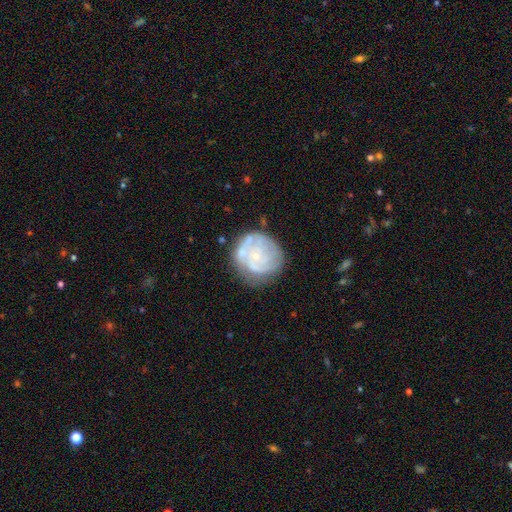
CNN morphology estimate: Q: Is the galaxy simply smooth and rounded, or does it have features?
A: featured or disk — 67%.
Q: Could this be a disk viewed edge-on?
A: no — 98%.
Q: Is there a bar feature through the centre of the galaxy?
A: no — 81%.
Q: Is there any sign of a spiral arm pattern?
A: yes — 67%.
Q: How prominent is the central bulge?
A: small — 77%.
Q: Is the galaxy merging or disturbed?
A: none — 61%.